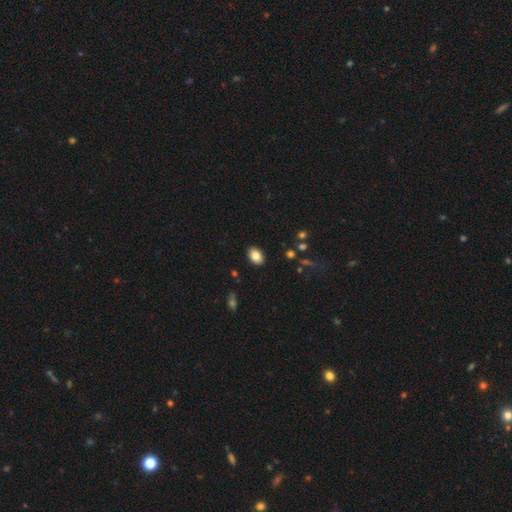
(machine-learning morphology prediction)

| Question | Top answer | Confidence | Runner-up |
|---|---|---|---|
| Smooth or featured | smooth | 82% | featured or disk (9%) |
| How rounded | in between | 78% | round (21%) |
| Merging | none | 90% | minor disturbance (7%) |